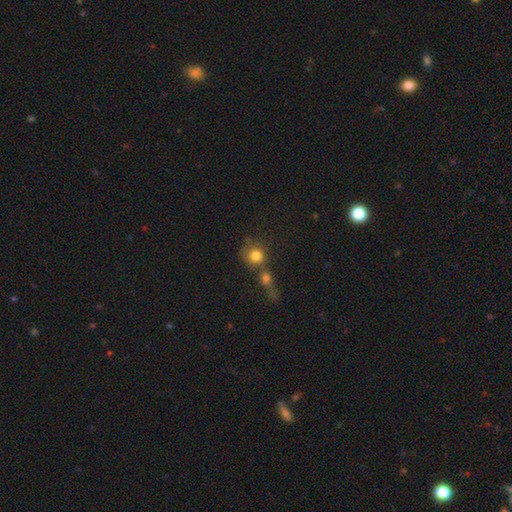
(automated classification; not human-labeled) A smooth galaxy with no disk features (79%) that is round (87%). Merging: none (43%).